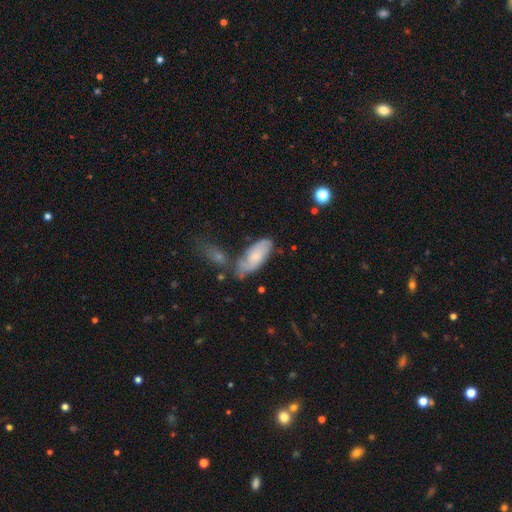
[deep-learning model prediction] Morphology: type=smooth (53%); roundness=in between (84%); merging=none (52%).